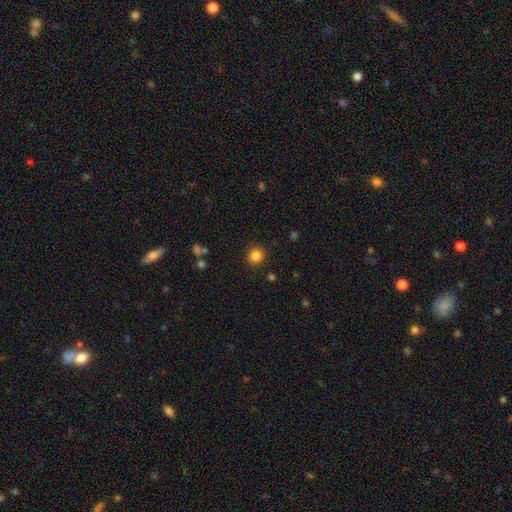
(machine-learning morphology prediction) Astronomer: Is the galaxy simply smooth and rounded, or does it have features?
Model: smooth — 84%.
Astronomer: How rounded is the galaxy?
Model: round — 93%.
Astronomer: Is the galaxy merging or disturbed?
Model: none — 90%.